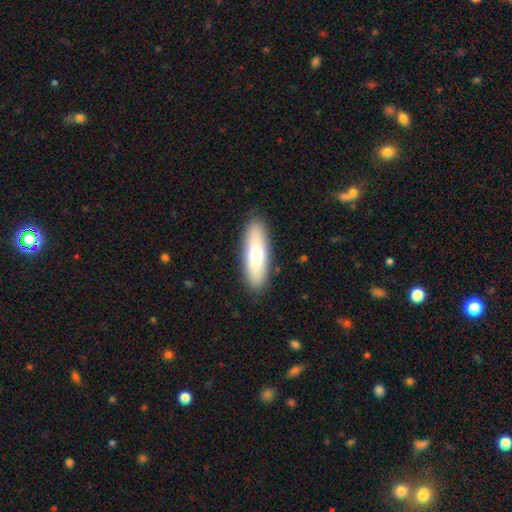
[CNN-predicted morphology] Overall: smooth (67%; featured or disk 27%). How rounded: in between (53%; cigar-shaped 44%). Merging: none (89%).